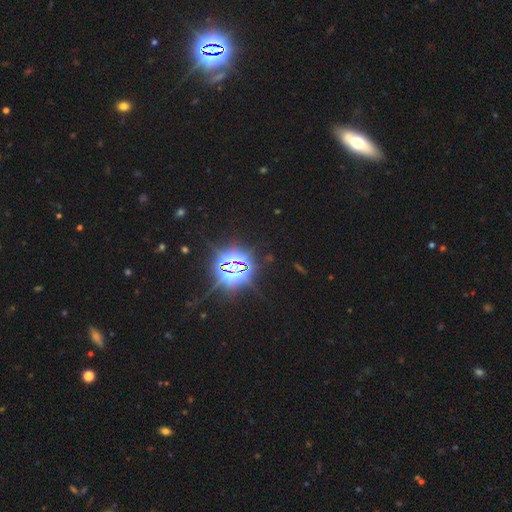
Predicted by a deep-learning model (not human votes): The model was most divided on "smooth or featured": star or artifact: 81%, smooth: 11%, featured or disk: 8%.